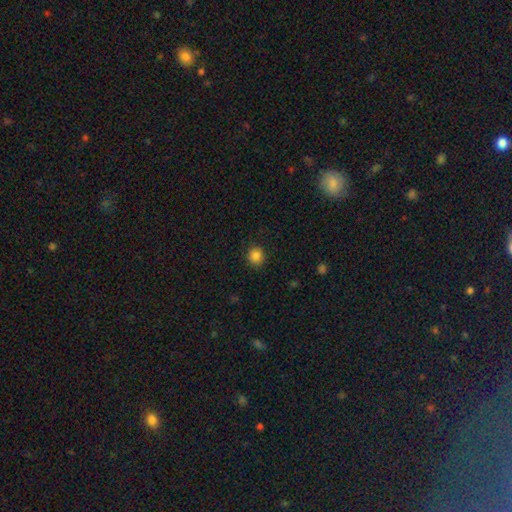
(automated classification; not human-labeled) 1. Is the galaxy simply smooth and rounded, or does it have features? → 85% smooth, 11% star or artifact, 4% featured or disk.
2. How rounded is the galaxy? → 85% round, 14% in between, 1% cigar-shaped.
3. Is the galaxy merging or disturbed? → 89% none, 8% minor disturbance, 2% major disturbance, 1% merger.